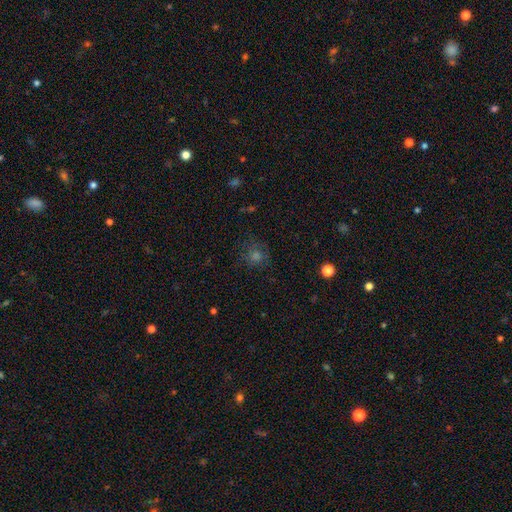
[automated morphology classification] This appears to be a smooth galaxy with no disk features (54%) that is round (86%). Merging: none (76%).